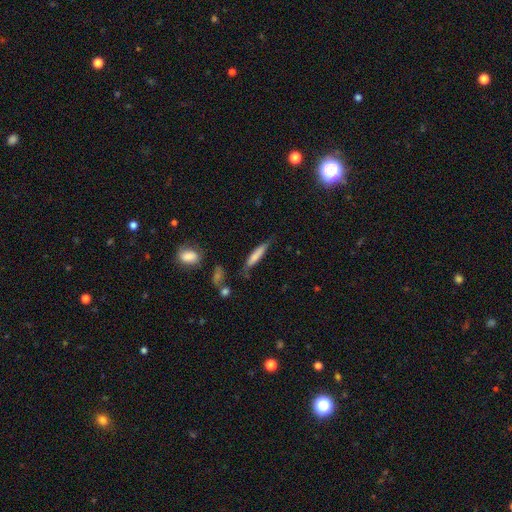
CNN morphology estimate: Q: Smooth or featured?
A: smooth (71%); runner-up: featured or disk (22%)
Q: How rounded?
A: cigar-shaped (85%); runner-up: in between (13%)
Q: Merging?
A: none (63%); runner-up: minor disturbance (25%)